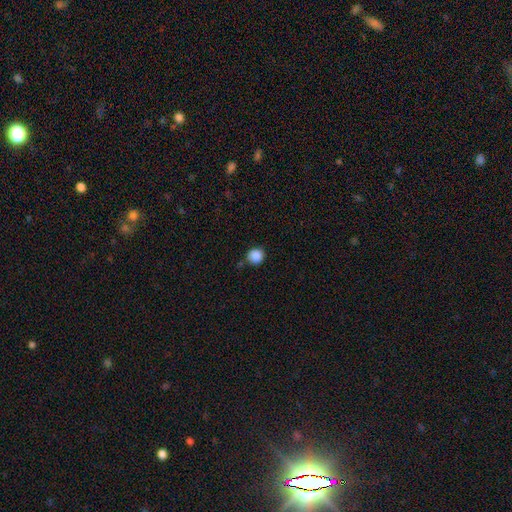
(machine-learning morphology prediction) A smooth galaxy with no disk features (88%) that is round (92%).

Vote fractions:
- Smooth or featured? smooth: 88% / star or artifact: 10% / featured or disk: 3%
- How rounded? round: 92% / in between: 7% / cigar-shaped: 1%
- Merging? none: 84% / minor disturbance: 10% / merger: 4% / major disturbance: 3%